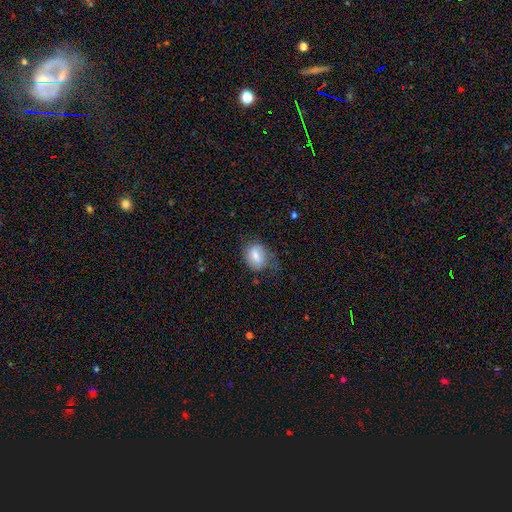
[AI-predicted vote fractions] Morphology: type=smooth (65%); roundness=in between (61%); merging=none (50%).